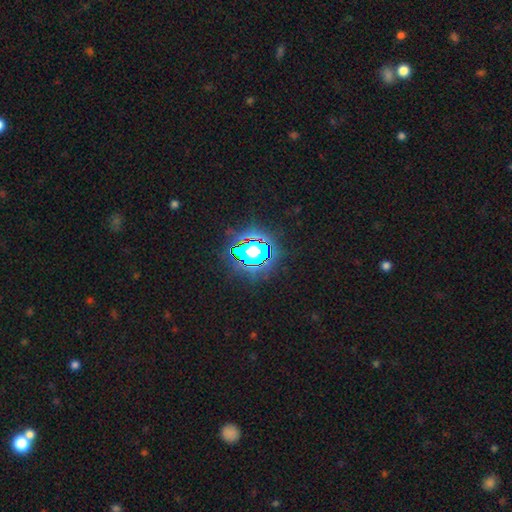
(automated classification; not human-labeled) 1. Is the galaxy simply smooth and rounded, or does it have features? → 64% star or artifact, 23% smooth, 12% featured or disk.